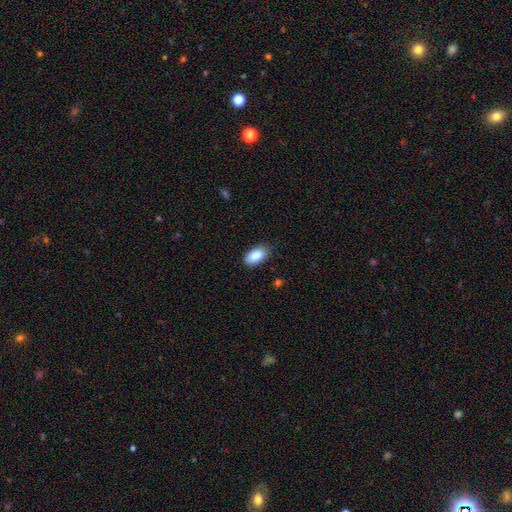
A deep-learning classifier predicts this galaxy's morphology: A smooth galaxy with no disk features (87%) that is in between round and cigar-shaped (94%). Merging: none (84%).